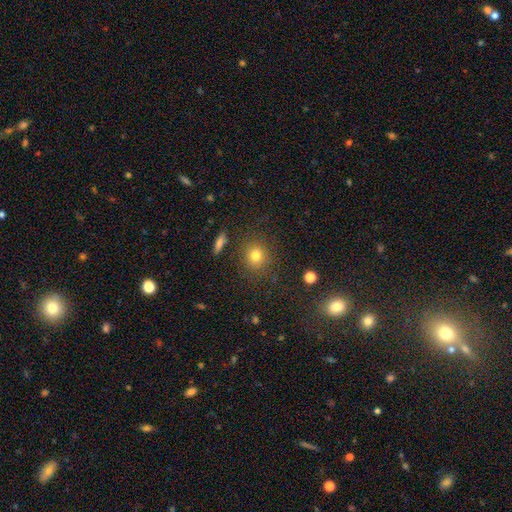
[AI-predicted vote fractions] Overall: smooth (78%). How rounded: round (84%). Merging: none (84%).